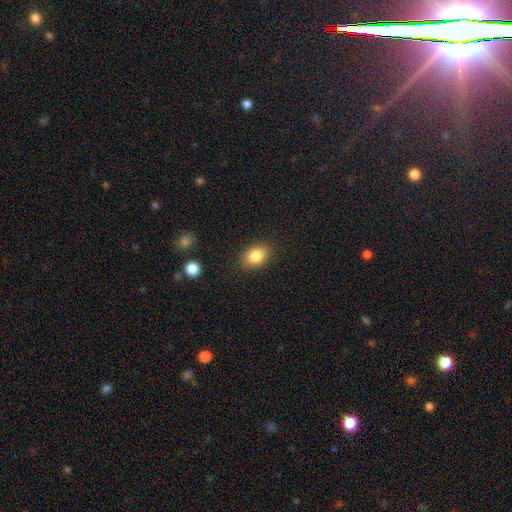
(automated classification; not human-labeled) This appears to be a smooth galaxy with no disk features (84%) that is in between round and cigar-shaped (74%). Merging: none (86%).